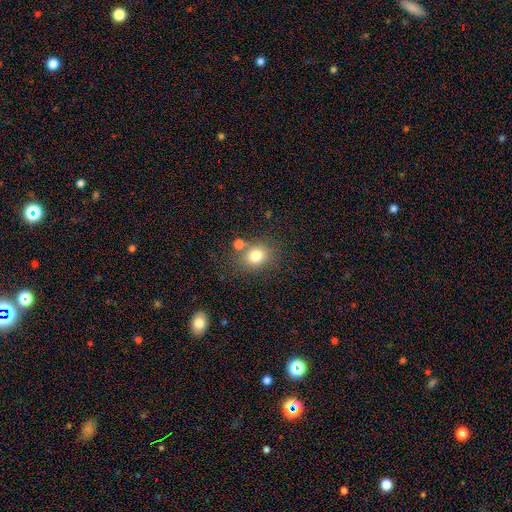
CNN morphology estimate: Smooth or featured?
  - smooth: 78% *
  - star or artifact: 12%
  - featured or disk: 10%
How rounded?
  - round: 61% *
  - in between: 38%
  - cigar-shaped: 1%
Merging?
  - none: 68% *
  - merger: 15%
  - minor disturbance: 13%
  - major disturbance: 5%